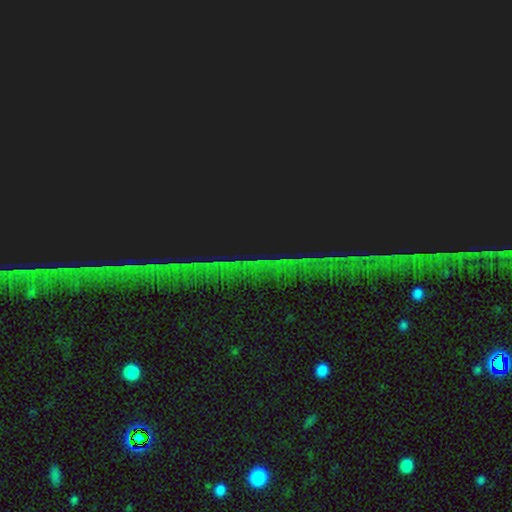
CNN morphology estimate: smooth_or_featured: star or artifact (p=0.84) [alt: featured or disk p=0.09]